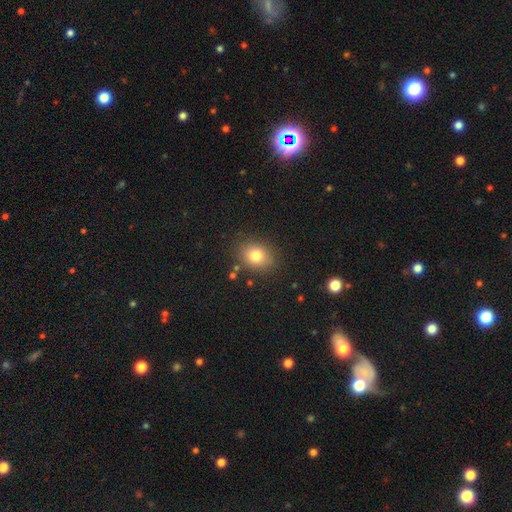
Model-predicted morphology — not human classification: smooth 80%, star or artifact 11%, featured or disk 9%. Down the decision tree: how rounded — in between (54%); merging — none (84%).